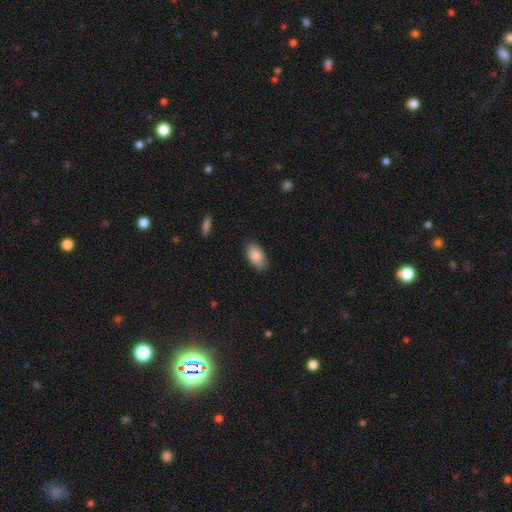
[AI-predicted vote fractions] A smooth galaxy with no disk features (88%) that is in between round and cigar-shaped (94%). Merging: none (84%).